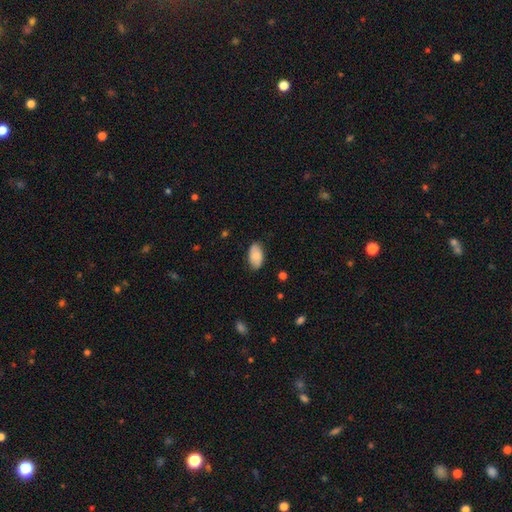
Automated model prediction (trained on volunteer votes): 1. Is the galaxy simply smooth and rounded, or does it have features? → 83% smooth, 11% featured or disk, 6% star or artifact.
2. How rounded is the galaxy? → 95% in between, 3% round, 2% cigar-shaped.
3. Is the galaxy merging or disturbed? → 82% none, 15% minor disturbance, 3% major disturbance, 1% merger.